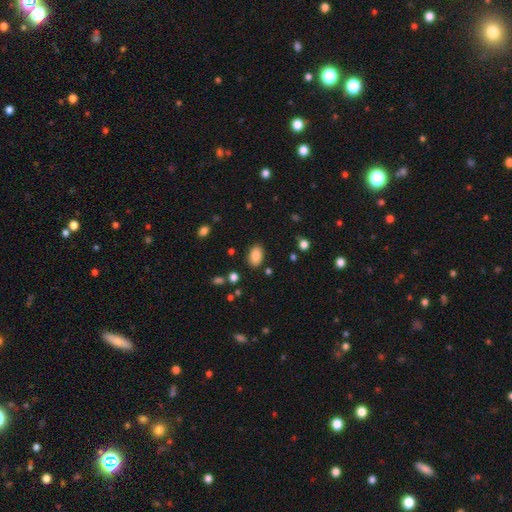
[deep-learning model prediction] smooth-or-featured: smooth: 87% | star or artifact: 8% | featured or disk: 4%
  how-rounded: in between: 91% | round: 8% | cigar-shaped: 1%
  merging: none: 85% | minor disturbance: 10% | major disturbance: 3% | merger: 2%